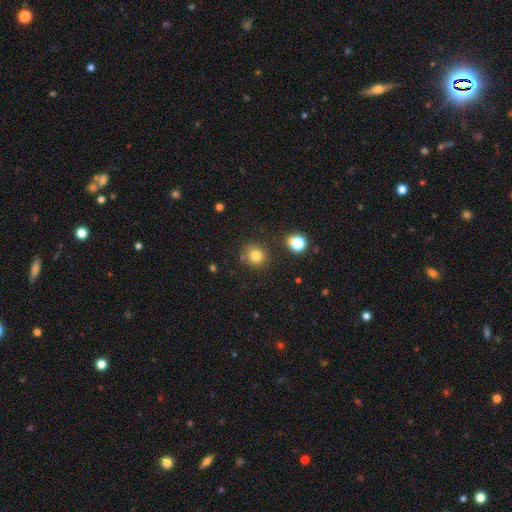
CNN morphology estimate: Q: Smooth or featured?
A: smooth (79%); runner-up: star or artifact (14%)
Q: How rounded?
A: round (86%); runner-up: in between (13%)
Q: Merging?
A: none (79%); runner-up: minor disturbance (11%)